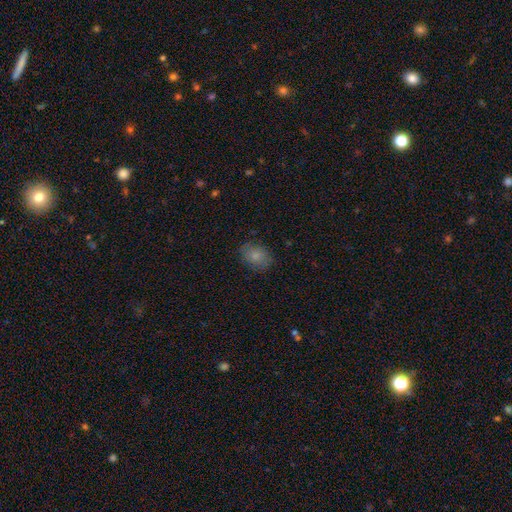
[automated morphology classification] A smooth galaxy with no disk features (82%) that is in between round and cigar-shaped (67%).

Vote fractions:
- Smooth or featured? smooth: 82% / featured or disk: 9% / star or artifact: 9%
- How rounded? in between: 67% / round: 32% / cigar-shaped: 1%
- Merging? none: 81% / minor disturbance: 15% / major disturbance: 4% / merger: 1%